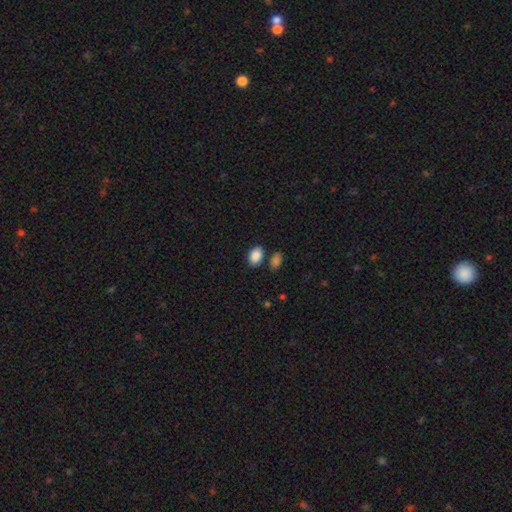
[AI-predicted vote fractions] Smooth or featured: smooth — 88% (star or artifact — 8%)
How rounded: in between — 80% (round — 19%)
Merging: none — 75% (minor disturbance — 12%)